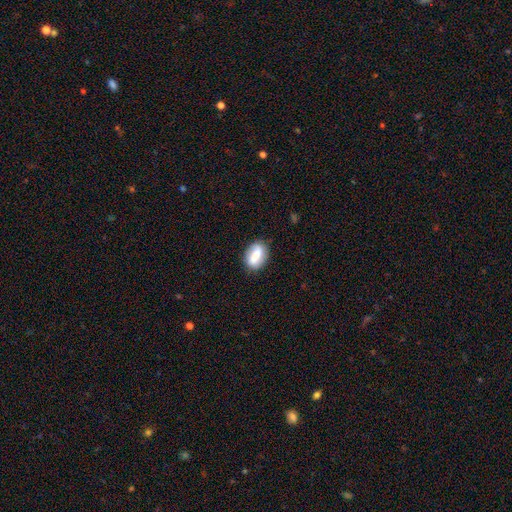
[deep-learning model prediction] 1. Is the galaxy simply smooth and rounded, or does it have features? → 57% smooth, 36% featured or disk, 7% star or artifact.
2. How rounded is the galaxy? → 79% in between, 15% round, 6% cigar-shaped.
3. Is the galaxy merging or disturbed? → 83% none, 12% minor disturbance, 3% major disturbance, 1% merger.